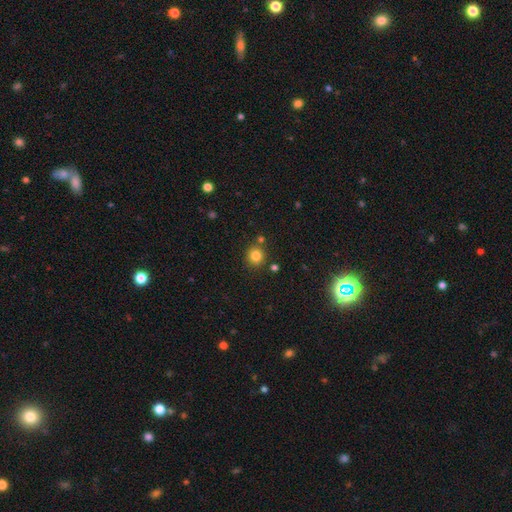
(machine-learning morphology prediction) Smooth or featured? smooth (81%)
How rounded? round (90%)
Merging? none (82%)